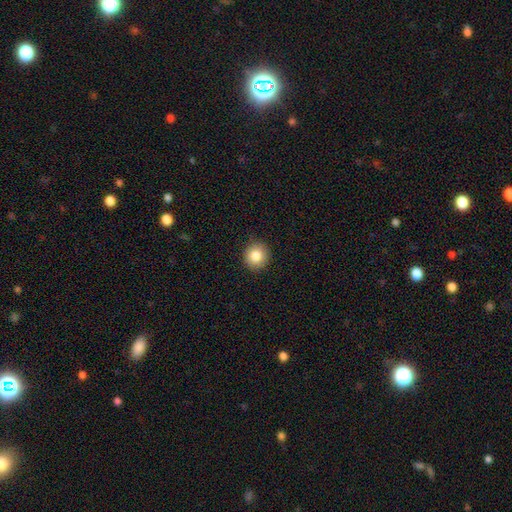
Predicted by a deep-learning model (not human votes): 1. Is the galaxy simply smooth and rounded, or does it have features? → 84% smooth, 9% star or artifact, 6% featured or disk.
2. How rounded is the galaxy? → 91% round, 8% in between, 1% cigar-shaped.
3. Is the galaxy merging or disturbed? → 90% none, 7% minor disturbance, 2% major disturbance, 1% merger.